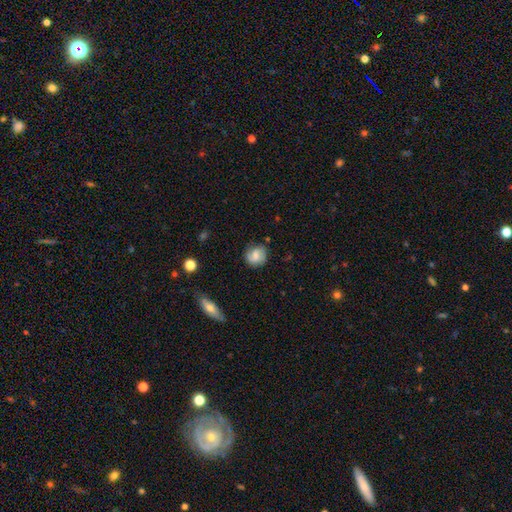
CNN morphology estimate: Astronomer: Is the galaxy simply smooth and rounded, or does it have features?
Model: smooth — 63%.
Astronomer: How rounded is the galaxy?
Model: round — 75%.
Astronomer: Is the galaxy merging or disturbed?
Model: none — 74%.